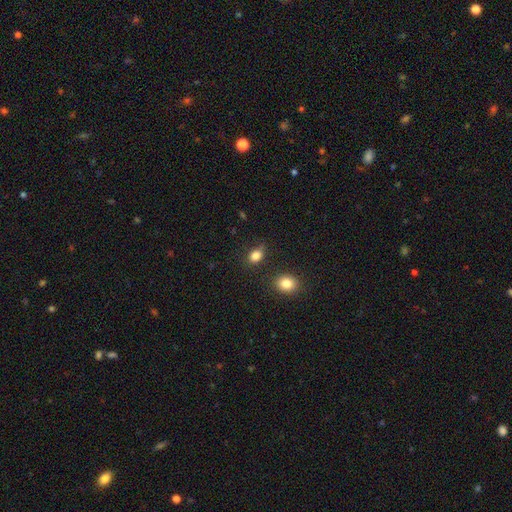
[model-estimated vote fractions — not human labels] Q: Smooth or featured?
A: smooth (84%); runner-up: star or artifact (11%)
Q: How rounded?
A: in between (68%); runner-up: round (31%)
Q: Merging?
A: none (74%); runner-up: minor disturbance (17%)